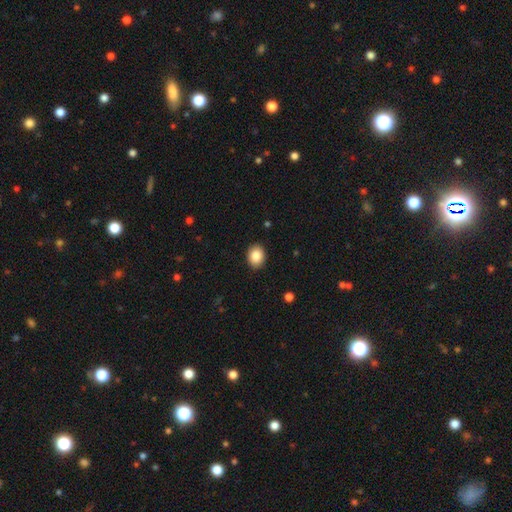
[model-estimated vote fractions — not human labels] Overall: smooth (88%). How rounded: in between (54%; round 45%). Merging: none (89%).